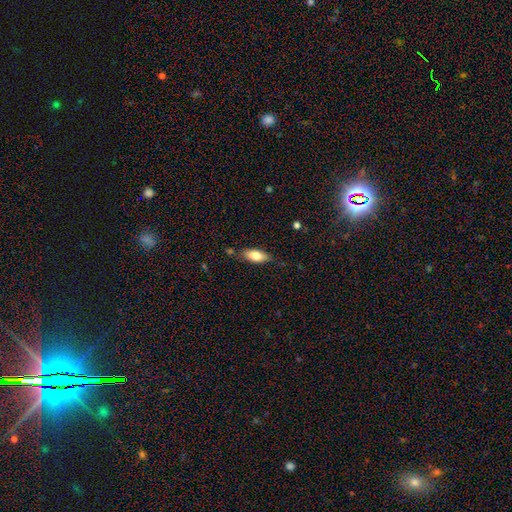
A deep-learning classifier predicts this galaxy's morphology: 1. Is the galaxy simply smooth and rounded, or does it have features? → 76% smooth, 18% featured or disk, 6% star or artifact.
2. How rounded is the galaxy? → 80% in between, 18% cigar-shaped, 2% round.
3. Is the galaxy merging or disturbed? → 78% none, 16% minor disturbance, 3% merger, 3% major disturbance.